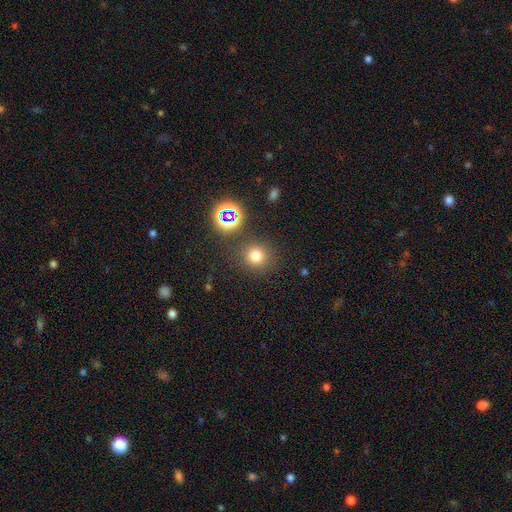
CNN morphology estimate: smooth-or-featured: smooth: 72% | star or artifact: 21% | featured or disk: 6%
  how-rounded: round: 91% | in between: 8% | cigar-shaped: 1%
  merging: none: 84% | minor disturbance: 8% | merger: 5% | major disturbance: 4%